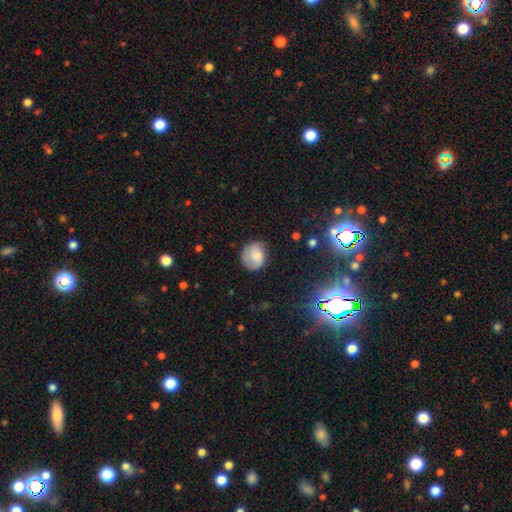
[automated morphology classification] smooth_or_featured: smooth (p=0.63) [alt: featured or disk p=0.29]
how_rounded: round (p=0.73) [alt: in between p=0.26]
merging: none (p=0.67) [alt: minor disturbance p=0.24]